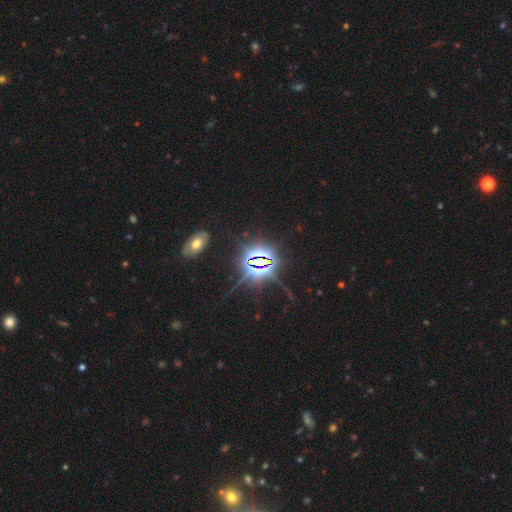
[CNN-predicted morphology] This is clearly a star or artifact rather than a galaxy (81%).